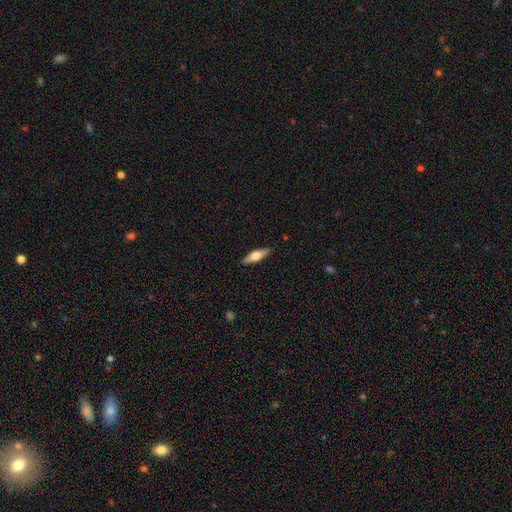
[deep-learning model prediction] Smooth or featured: smooth — 50% (featured or disk — 44%)
Merging: none — 90% (minor disturbance — 8%)